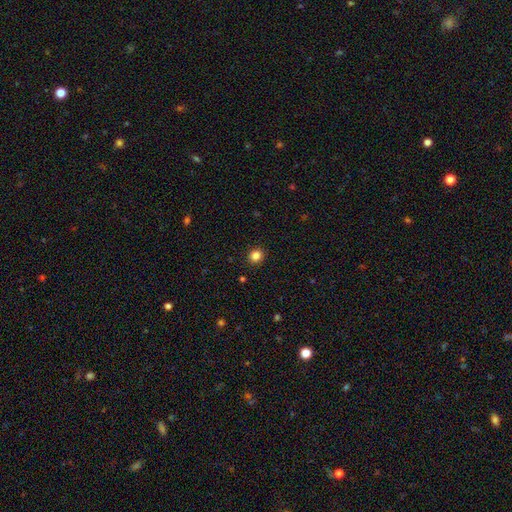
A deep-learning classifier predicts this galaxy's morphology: Q: Smooth or featured?
A: smooth (84%); runner-up: star or artifact (12%)
Q: How rounded?
A: round (87%); runner-up: in between (12%)
Q: Merging?
A: none (92%); runner-up: minor disturbance (5%)